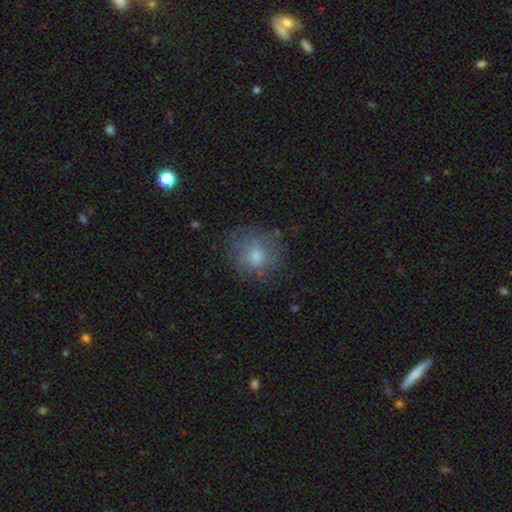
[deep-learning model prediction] smooth 62%, featured or disk 26%, star or artifact 12%. Down the decision tree: how rounded — round (82%); merging — none (69%).